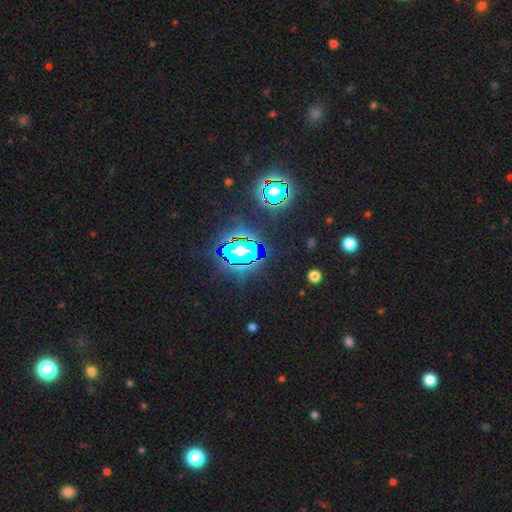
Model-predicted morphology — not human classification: Smooth or featured: star or artifact — 71% (smooth — 17%)